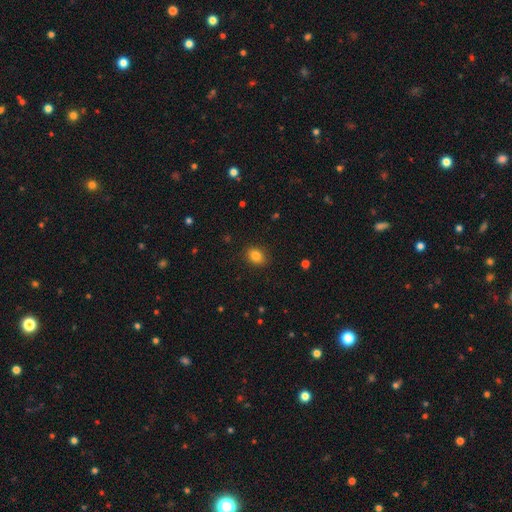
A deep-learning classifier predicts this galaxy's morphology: This is clearly a smooth galaxy (84%). How rounded: possibly in between (59%). Merging: clearly none (87%).